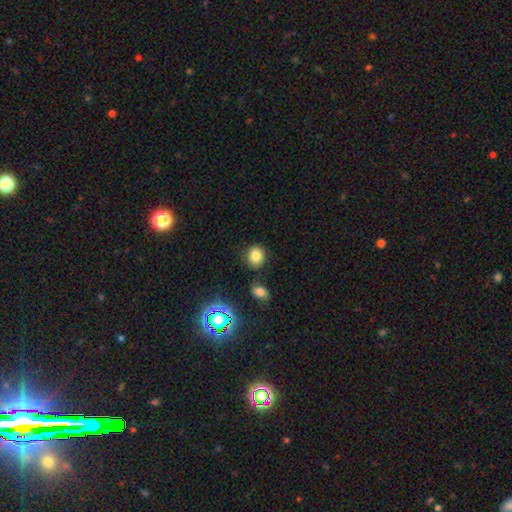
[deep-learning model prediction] Smooth or featured: smooth — 79% (star or artifact — 14%)
How rounded: round — 78% (in between — 21%)
Merging: none — 80% (minor disturbance — 12%)